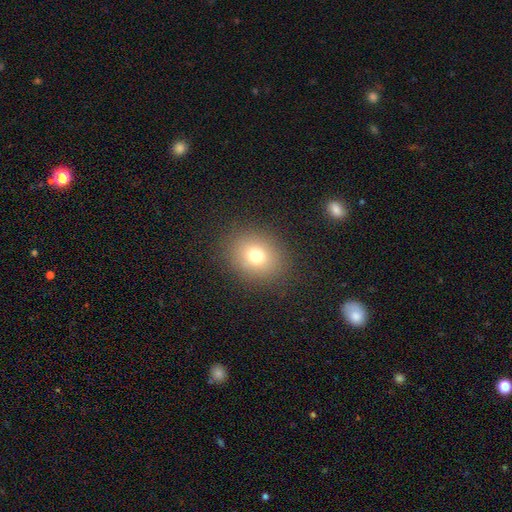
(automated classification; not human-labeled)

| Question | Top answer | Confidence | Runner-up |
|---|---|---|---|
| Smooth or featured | smooth | 74% | star or artifact (15%) |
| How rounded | round | 63% | in between (36%) |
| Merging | none | 87% | minor disturbance (8%) |